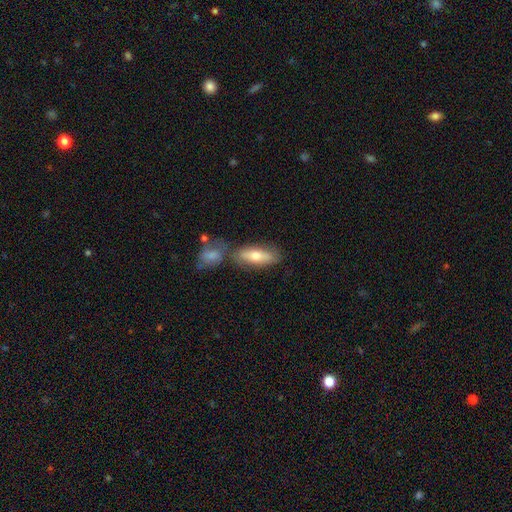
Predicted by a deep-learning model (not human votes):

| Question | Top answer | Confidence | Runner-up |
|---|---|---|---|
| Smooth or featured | smooth | 65% | featured or disk (29%) |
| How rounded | in between | 65% | cigar-shaped (33%) |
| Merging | none | 60% | merger (22%) |